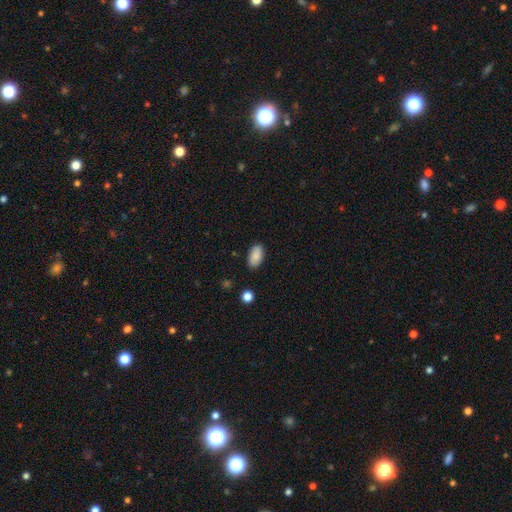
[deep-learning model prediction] Overall: smooth (88%). How rounded: in between (94%). Merging: none (85%).